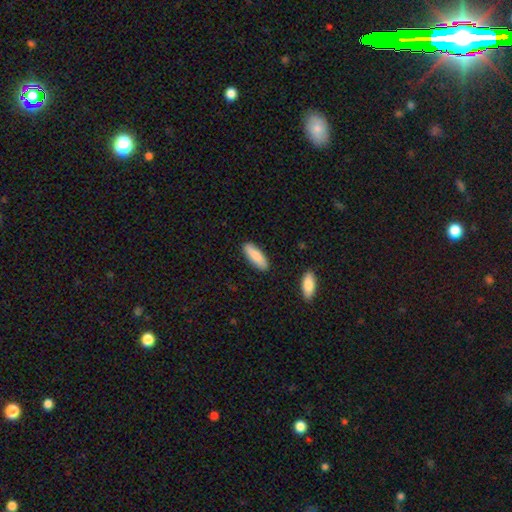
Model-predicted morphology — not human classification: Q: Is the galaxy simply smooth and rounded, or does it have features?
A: smooth — 84%.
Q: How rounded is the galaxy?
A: in between — 58%.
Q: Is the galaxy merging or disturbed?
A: none — 87%.